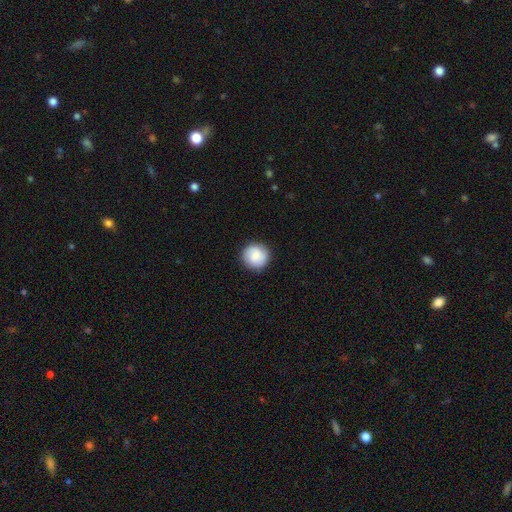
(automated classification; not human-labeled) Morphology: type=smooth (82%); roundness=round (94%); merging=none (90%).